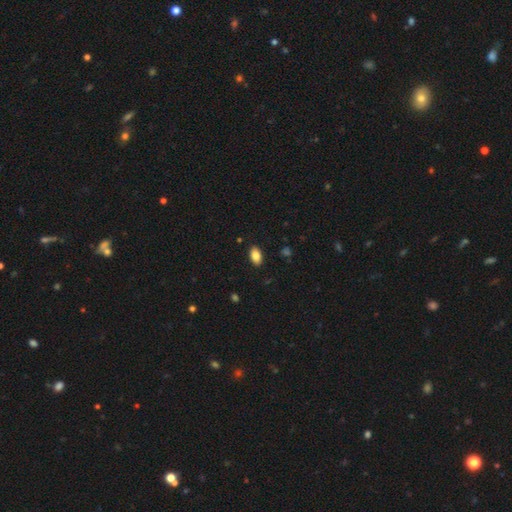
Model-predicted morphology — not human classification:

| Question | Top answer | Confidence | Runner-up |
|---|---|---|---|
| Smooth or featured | smooth | 85% | star or artifact (8%) |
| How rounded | in between | 92% | round (5%) |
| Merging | none | 89% | minor disturbance (8%) |